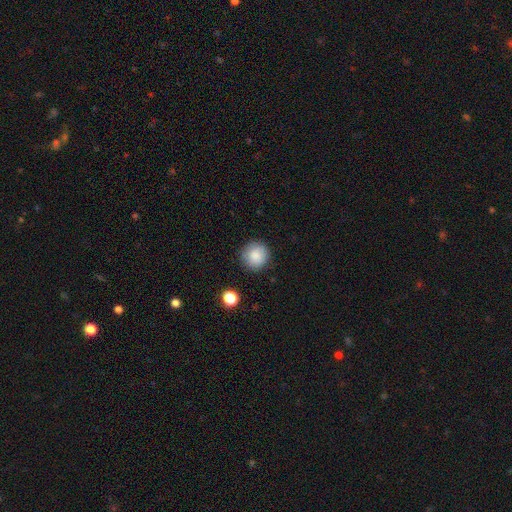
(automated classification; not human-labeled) Smooth or featured?
  - smooth: 85% *
  - star or artifact: 9%
  - featured or disk: 6%
How rounded?
  - round: 94% *
  - in between: 5%
  - cigar-shaped: 1%
Merging?
  - none: 88% *
  - minor disturbance: 9%
  - major disturbance: 2%
  - merger: 2%